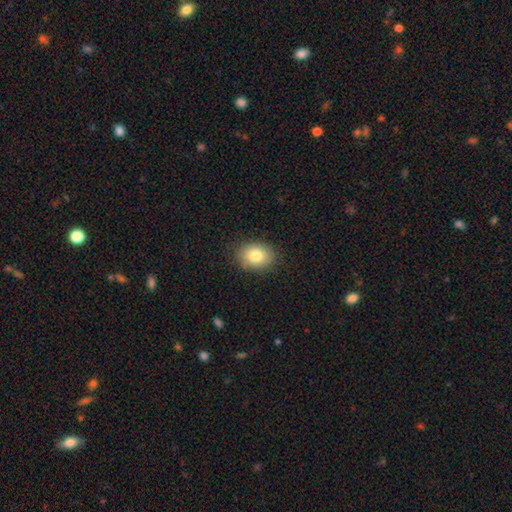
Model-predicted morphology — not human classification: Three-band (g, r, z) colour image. It shows a smooth galaxy with no disk features (81%) that is in between round and cigar-shaped (65%). Merging: none (87%).